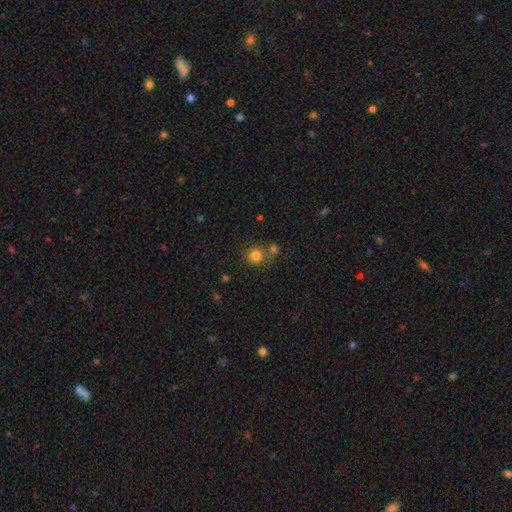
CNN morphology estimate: A smooth galaxy with no disk features (81%) that is round (88%). Merging: none (58%).